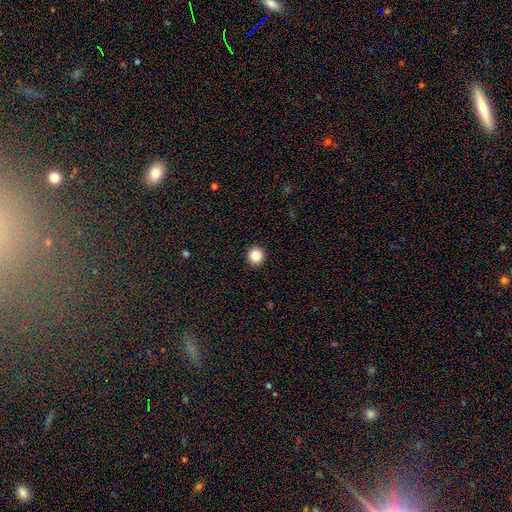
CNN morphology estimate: smooth-or-featured: smooth: 86% | star or artifact: 10% | featured or disk: 4%
  how-rounded: round: 92% | in between: 7% | cigar-shaped: 1%
  merging: none: 93% | minor disturbance: 5% | major disturbance: 2% | merger: 1%